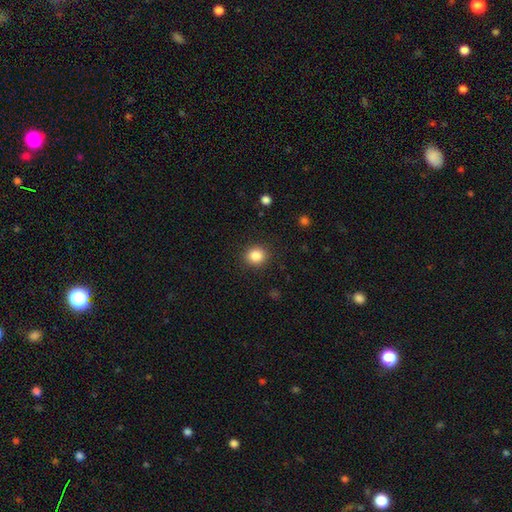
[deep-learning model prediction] Smooth or featured? smooth (85%)
How rounded? round (85%)
Merging? none (90%)